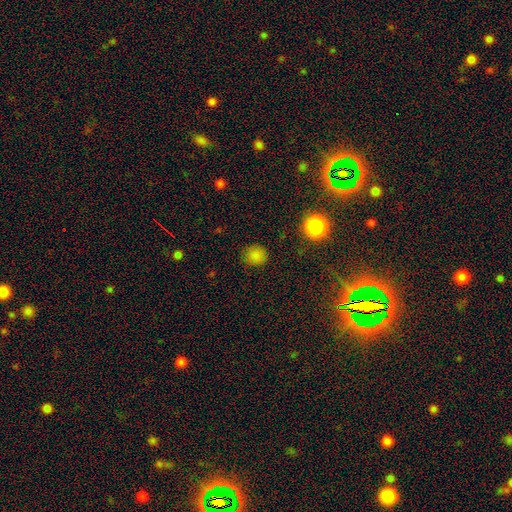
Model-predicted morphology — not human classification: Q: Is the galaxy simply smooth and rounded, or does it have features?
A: smooth — 80%.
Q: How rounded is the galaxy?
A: round — 90%.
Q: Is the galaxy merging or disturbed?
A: none — 87%.